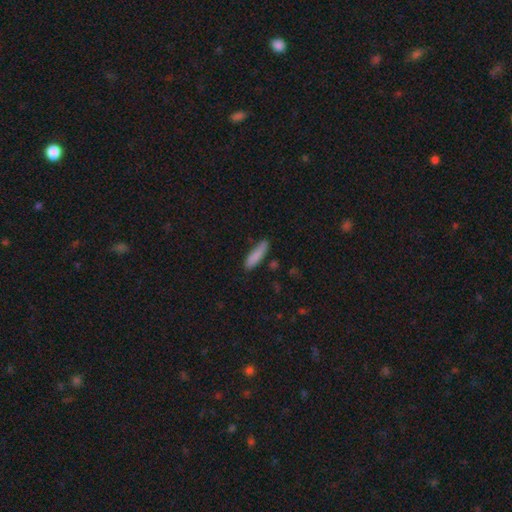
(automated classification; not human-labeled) smooth 85%, featured or disk 8%, star or artifact 7%. Down the decision tree: how rounded — cigar-shaped (72%); merging — none (78%).